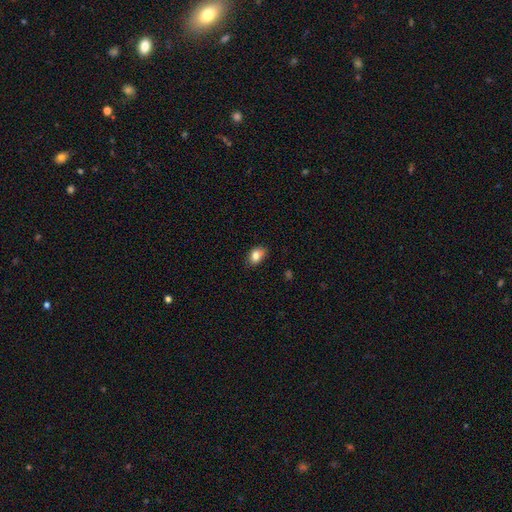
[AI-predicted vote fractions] smooth 84%, star or artifact 9%, featured or disk 8%. Down the decision tree: how rounded — in between (81%); merging — none (78%).